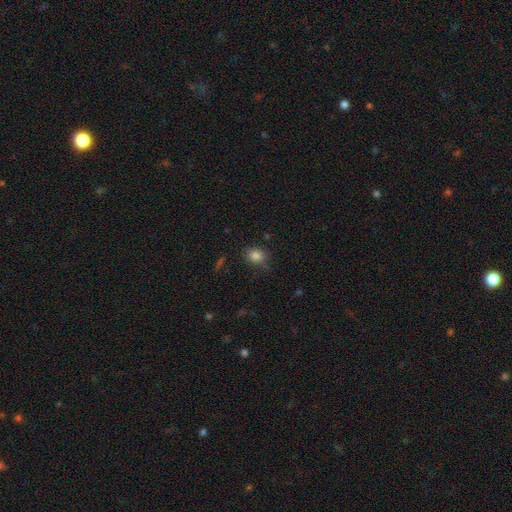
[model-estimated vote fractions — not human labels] Smooth or featured?
  - smooth: 83% *
  - star or artifact: 12%
  - featured or disk: 6%
How rounded?
  - round: 54% *
  - in between: 45%
  - cigar-shaped: 1%
Merging?
  - none: 73% *
  - minor disturbance: 19%
  - major disturbance: 5%
  - merger: 3%